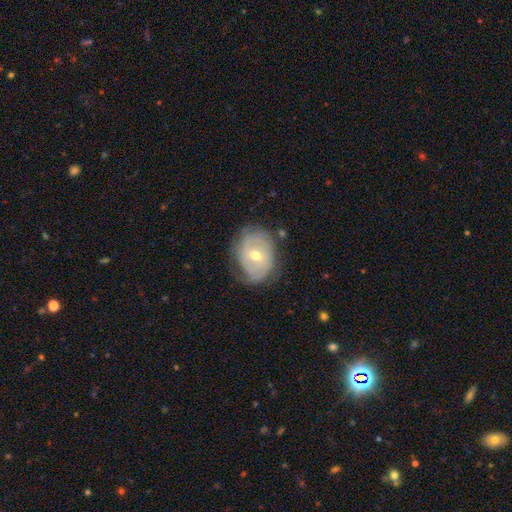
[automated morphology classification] type=featured or disk (72%); edge-on=no (96%); bar=no (50%); spiral arms=yes (81%); winding=tight (59%); arm count=2 (40%); bulge=moderate (60%); merging=none (66%).